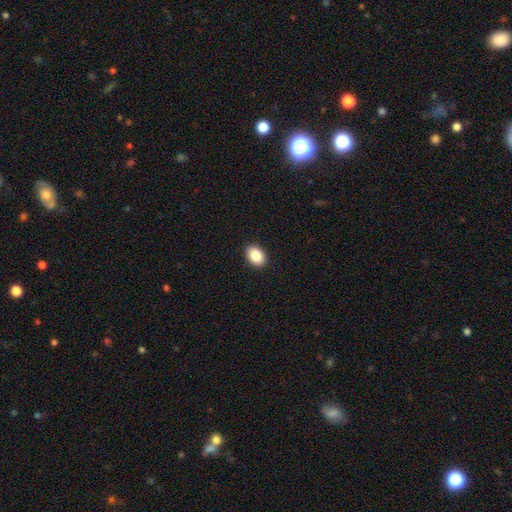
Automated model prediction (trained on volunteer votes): smooth_or_featured: smooth (p=0.88) [alt: star or artifact p=0.08]
how_rounded: in between (p=0.81) [alt: round p=0.18]
merging: none (p=0.91) [alt: minor disturbance p=0.06]